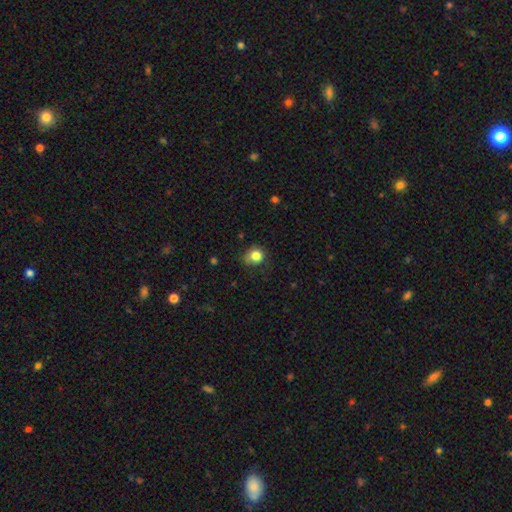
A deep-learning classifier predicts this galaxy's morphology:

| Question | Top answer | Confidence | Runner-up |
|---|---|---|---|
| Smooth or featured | smooth | 81% | star or artifact (11%) |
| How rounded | round | 81% | in between (18%) |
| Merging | none | 66% | minor disturbance (25%) |